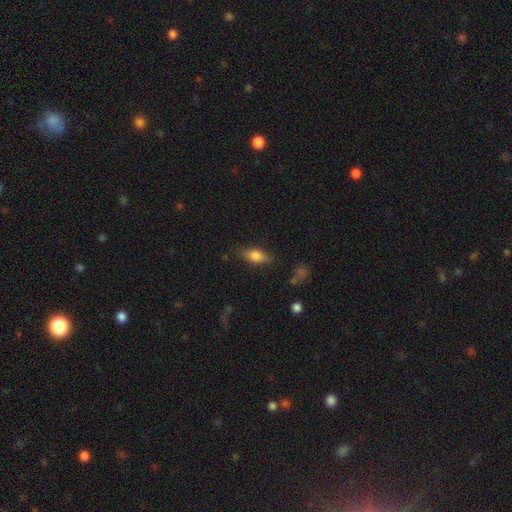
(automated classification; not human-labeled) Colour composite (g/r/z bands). It shows a smooth galaxy with no disk features (77%) that is in between round and cigar-shaped (79%). Merging: none (79%).